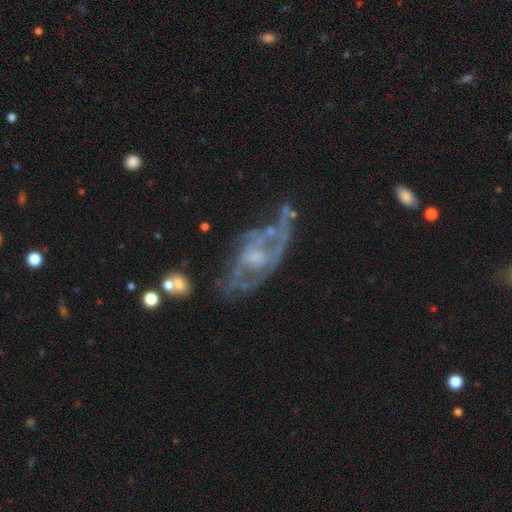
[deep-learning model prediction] Morphology: type=featured or disk (78%); edge-on=no (92%); bar=no (59%); spiral arms=yes (72%); winding=medium (42%); arm count=2 (38%, tied with can't tell); bulge=small (45%); merging=none (42%).